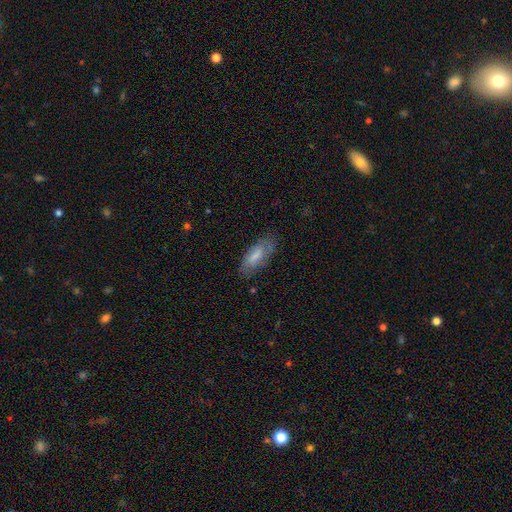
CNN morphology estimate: smooth_or_featured: smooth (p=0.66) [alt: featured or disk p=0.28]
how_rounded: in between (p=0.79) [alt: cigar-shaped p=0.19]
merging: none (p=0.70) [alt: minor disturbance p=0.21]